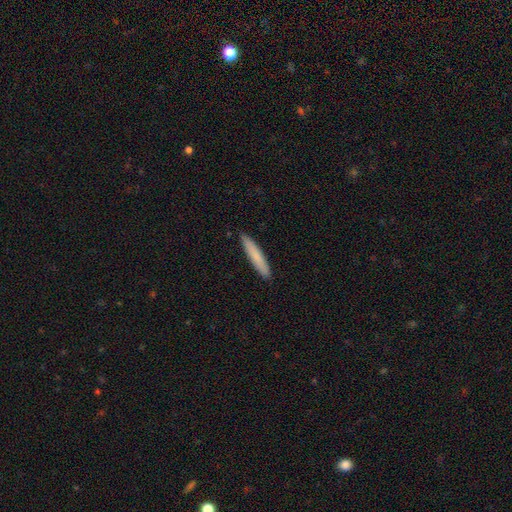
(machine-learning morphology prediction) type=smooth (79%); roundness=cigar-shaped (92%); merging=none (91%).